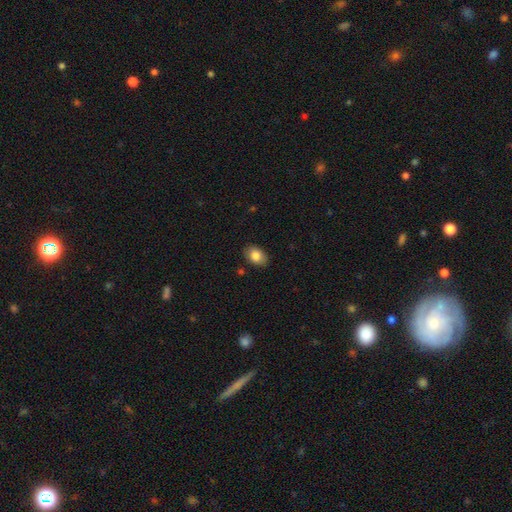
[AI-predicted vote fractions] This appears to be a smooth galaxy with no disk features (84%) that is in between round and cigar-shaped (84%). Merging: none (86%).